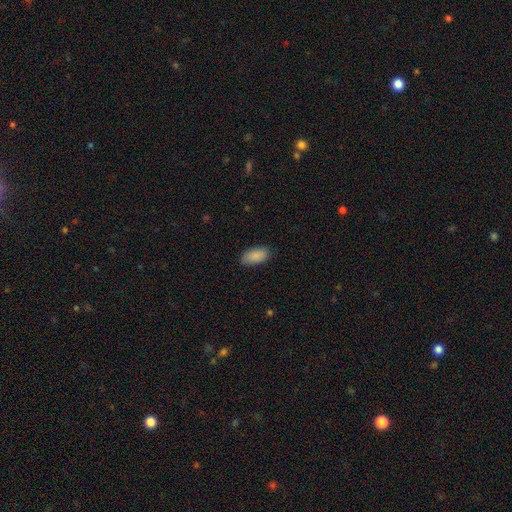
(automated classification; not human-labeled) This appears to be a smooth galaxy with no disk features (89%) that is in between round and cigar-shaped (91%). Merging: none (85%).